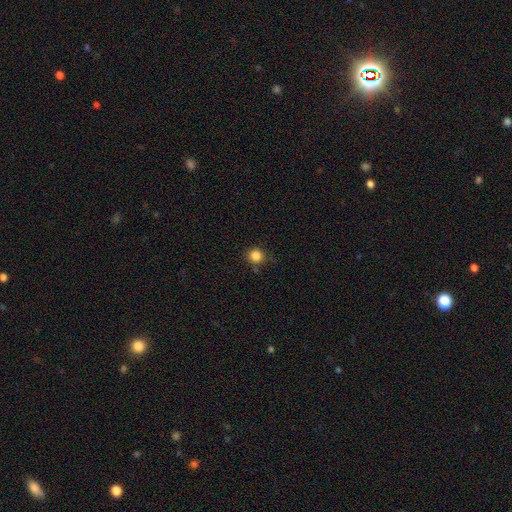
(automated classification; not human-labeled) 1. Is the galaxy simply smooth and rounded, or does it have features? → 84% smooth, 12% star or artifact, 4% featured or disk.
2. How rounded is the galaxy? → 91% round, 8% in between, 1% cigar-shaped.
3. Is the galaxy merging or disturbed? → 80% none, 14% minor disturbance, 4% merger, 3% major disturbance.